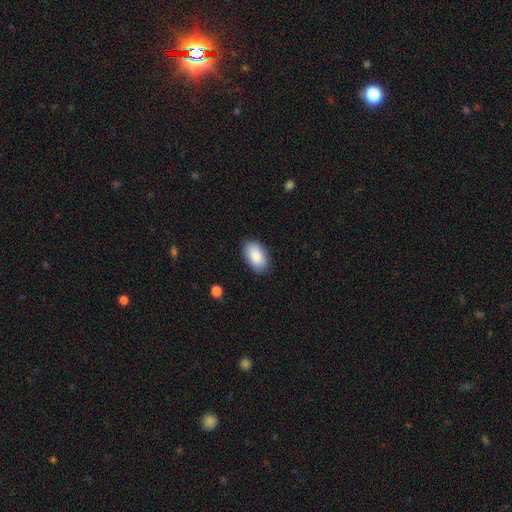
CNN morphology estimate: Smooth or featured?
  - smooth: 88% *
  - star or artifact: 6%
  - featured or disk: 5%
How rounded?
  - in between: 94% *
  - round: 4%
  - cigar-shaped: 1%
Merging?
  - none: 86% *
  - minor disturbance: 11%
  - major disturbance: 2%
  - merger: 1%